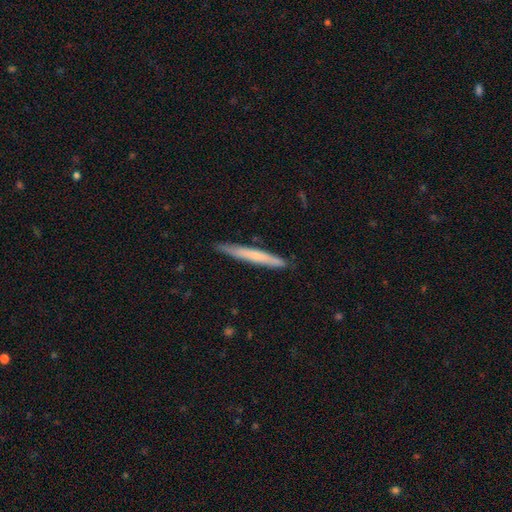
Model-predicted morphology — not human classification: Q: Smooth or featured?
A: smooth (57%); runner-up: featured or disk (37%)
Q: How rounded?
A: cigar-shaped (96%); runner-up: in between (2%)
Q: Merging?
A: none (88%); runner-up: minor disturbance (10%)